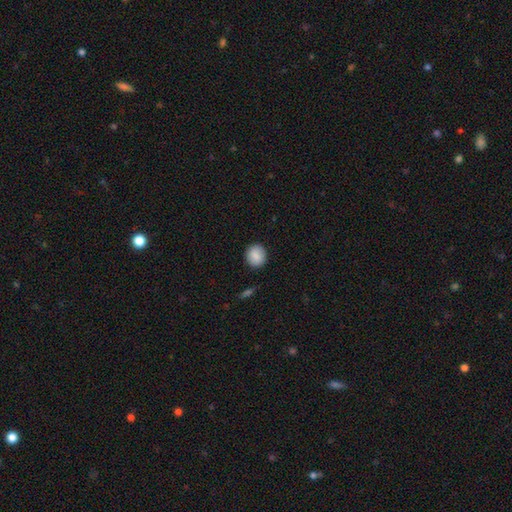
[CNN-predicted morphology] This appears to be a smooth galaxy with no disk features (86%) that is round (81%). Merging: none (89%).